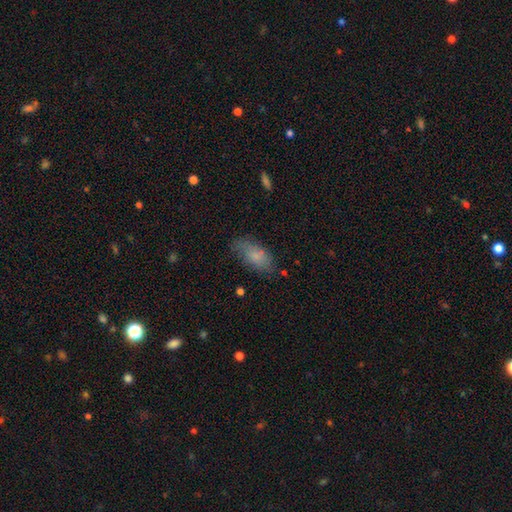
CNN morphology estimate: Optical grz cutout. It shows a smooth galaxy with no disk features (76%) that is in between round and cigar-shaped (90%). Merging: none (69%).